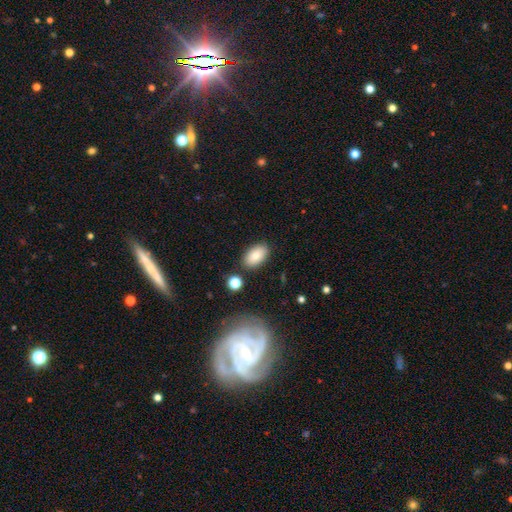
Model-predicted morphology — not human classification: Smooth or featured? smooth (83%)
How rounded? in between (92%)
Merging? none (84%)